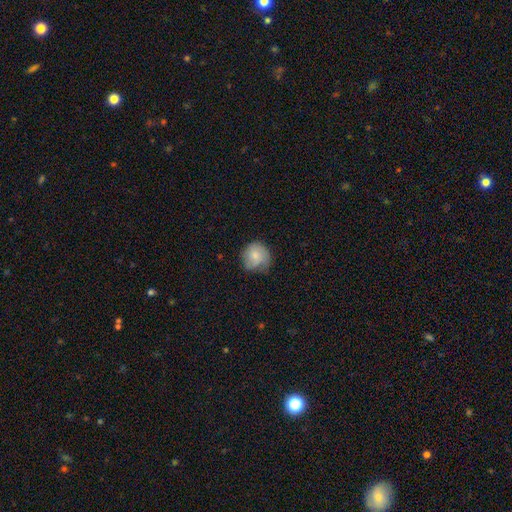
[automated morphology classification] This appears to be a smooth galaxy with no disk features (75%) that is round (86%). Merging: none (59%).